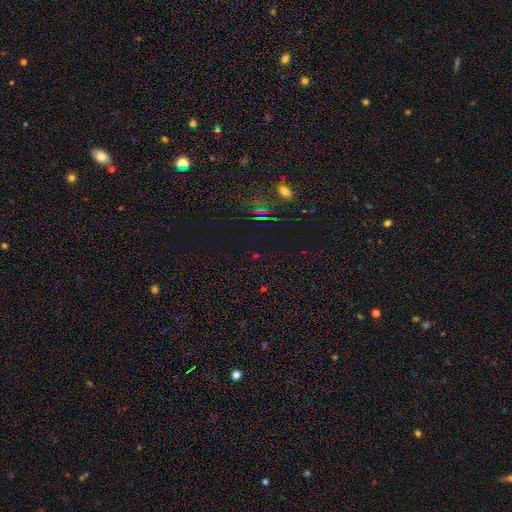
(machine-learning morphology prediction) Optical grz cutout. It shows a star or artifact, not a galaxy (73%).